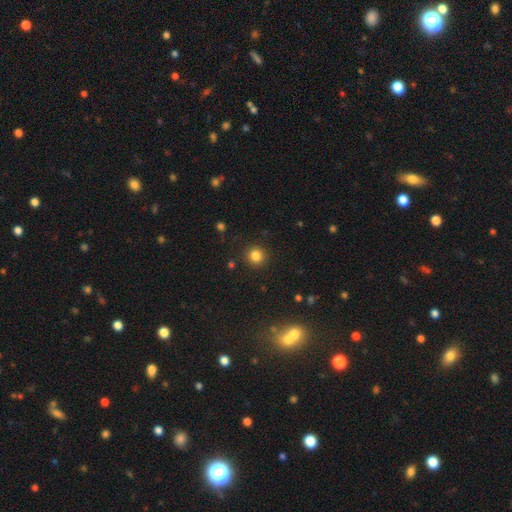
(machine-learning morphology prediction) Smooth or featured? smooth (82%)
How rounded? round (93%)
Merging? none (91%)